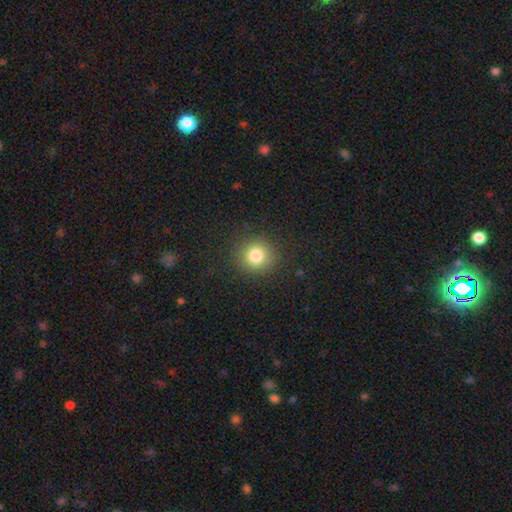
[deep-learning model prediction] Smooth or featured?
  - smooth: 81% *
  - star or artifact: 13%
  - featured or disk: 7%
How rounded?
  - round: 91% *
  - in between: 8%
  - cigar-shaped: 1%
Merging?
  - none: 89% *
  - minor disturbance: 7%
  - major disturbance: 3%
  - merger: 1%